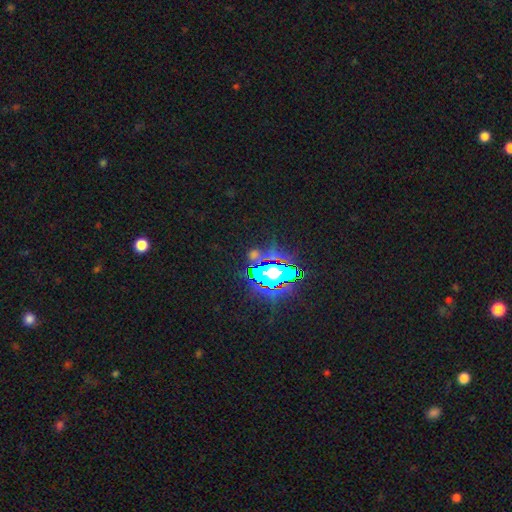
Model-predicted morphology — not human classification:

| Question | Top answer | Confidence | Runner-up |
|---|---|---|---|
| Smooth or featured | star or artifact | 68% | smooth (18%) |